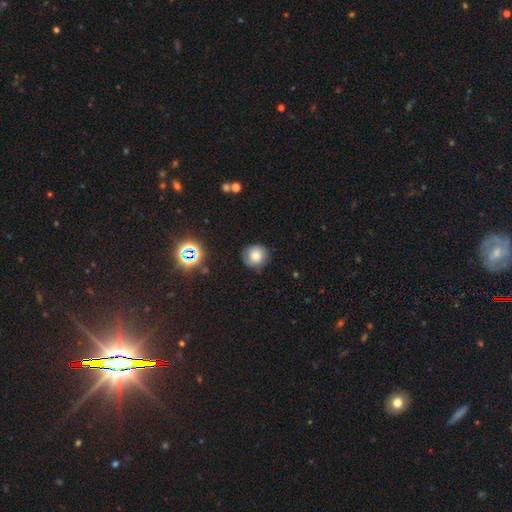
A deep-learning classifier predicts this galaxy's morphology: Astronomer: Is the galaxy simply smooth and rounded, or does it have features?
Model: smooth — 75%.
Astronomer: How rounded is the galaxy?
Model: round — 92%.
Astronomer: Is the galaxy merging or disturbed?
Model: none — 82%.